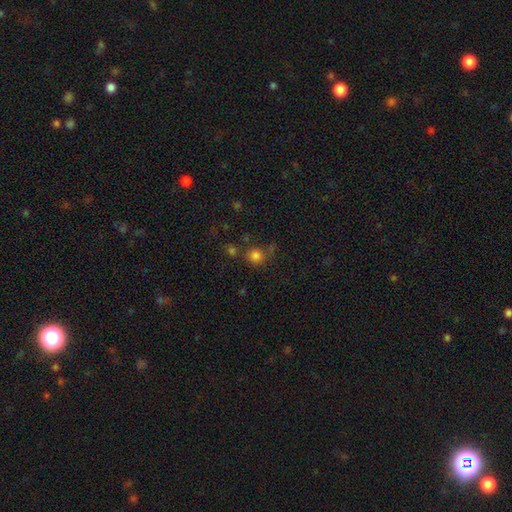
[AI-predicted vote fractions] smooth-or-featured: smooth: 78% | star or artifact: 16% | featured or disk: 6%
  how-rounded: round: 91% | in between: 8% | cigar-shaped: 1%
  merging: none: 66% | merger: 14% | minor disturbance: 13% | major disturbance: 6%